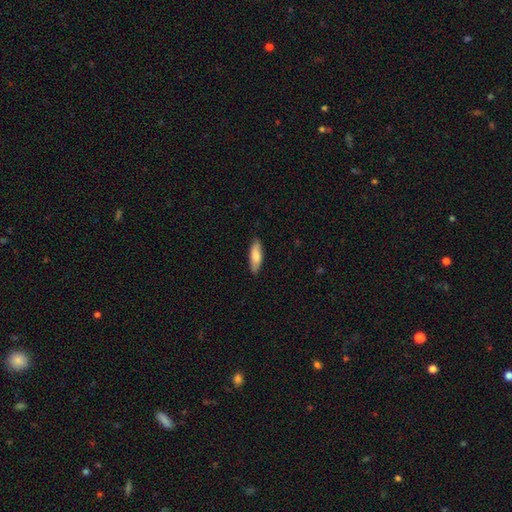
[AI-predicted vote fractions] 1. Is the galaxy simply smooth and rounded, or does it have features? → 79% smooth, 16% featured or disk, 5% star or artifact.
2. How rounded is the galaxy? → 53% in between, 45% cigar-shaped, 2% round.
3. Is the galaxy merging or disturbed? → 87% none, 10% minor disturbance, 2% major disturbance, 1% merger.